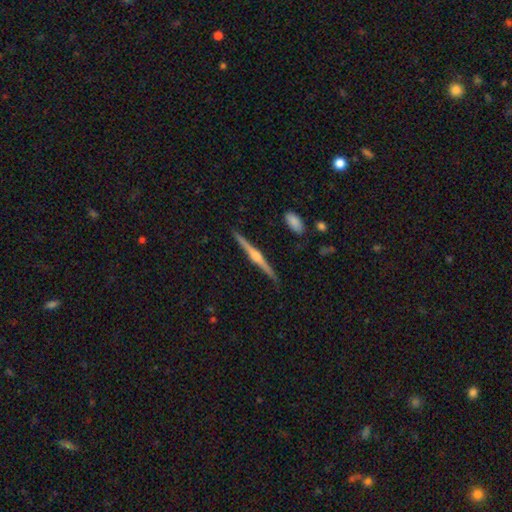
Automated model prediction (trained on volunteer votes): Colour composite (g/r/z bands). It shows a featured or disk galaxy (82%) viewed edge-on (99%) with a rounded central bulge (90%). Merging: none (91%).